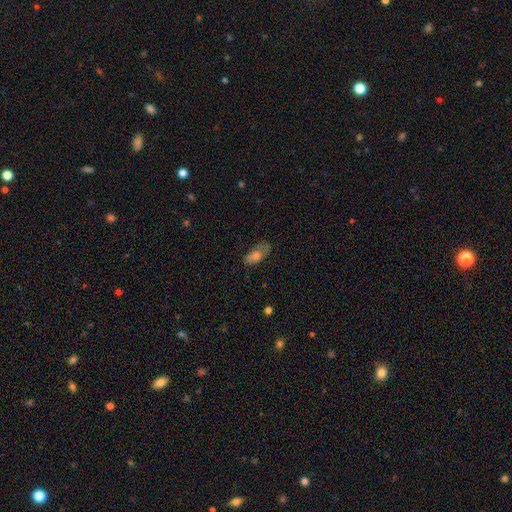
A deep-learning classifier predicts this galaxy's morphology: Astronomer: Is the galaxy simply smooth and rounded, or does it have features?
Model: smooth — 65%.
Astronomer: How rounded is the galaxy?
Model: in between — 86%.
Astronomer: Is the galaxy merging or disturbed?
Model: none — 59%.